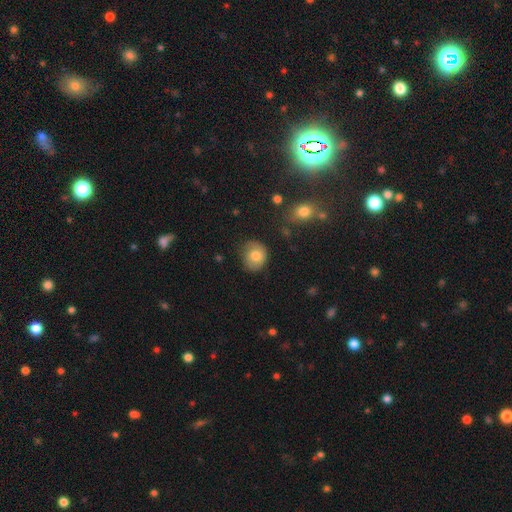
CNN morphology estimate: A smooth galaxy with no disk features (74%) that is round (75%). Merging: none (69%).